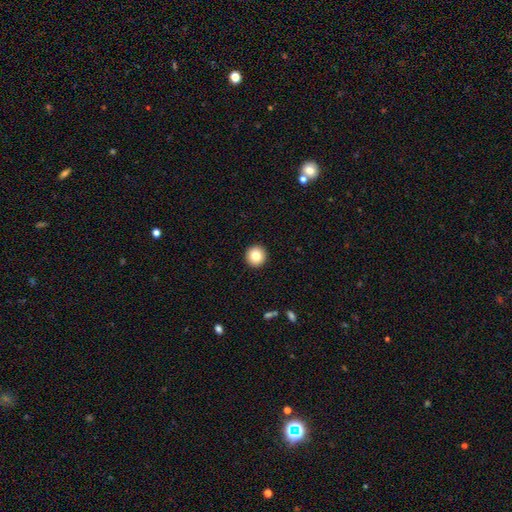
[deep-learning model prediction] Morphology: type=smooth (82%); roundness=round (96%); merging=none (94%).